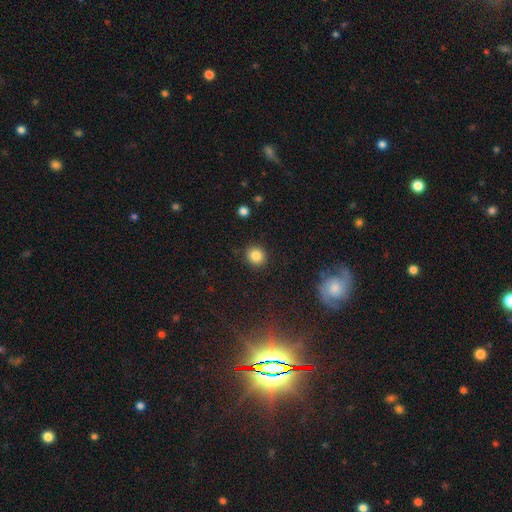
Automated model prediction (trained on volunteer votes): smooth-or-featured: smooth: 85% | star or artifact: 10% | featured or disk: 5%
  how-rounded: round: 85% | in between: 15% | cigar-shaped: 1%
  merging: none: 90% | minor disturbance: 7% | major disturbance: 2% | merger: 1%